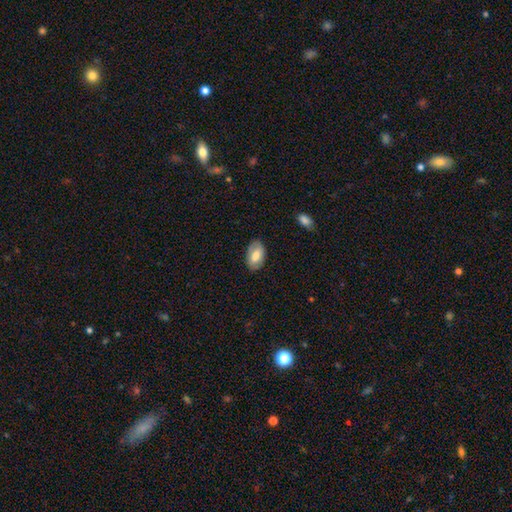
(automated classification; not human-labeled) Morphology: type=smooth (71%); roundness=in between (94%); merging=none (83%).